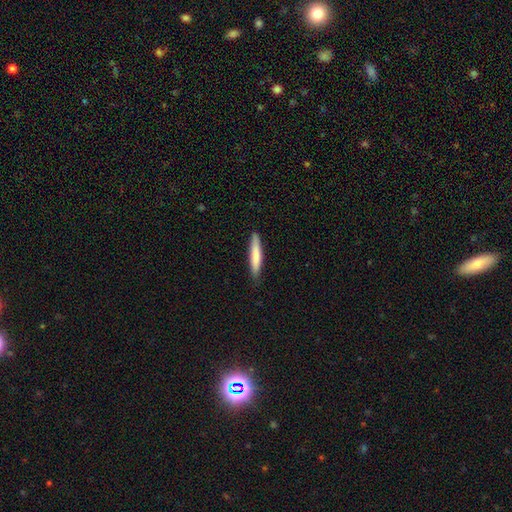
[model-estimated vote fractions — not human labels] The model was most divided on "smooth or featured": smooth: 76%, featured or disk: 19%, star or artifact: 5%. More confident: how rounded — cigar-shaped (91%); merging — none (86%).